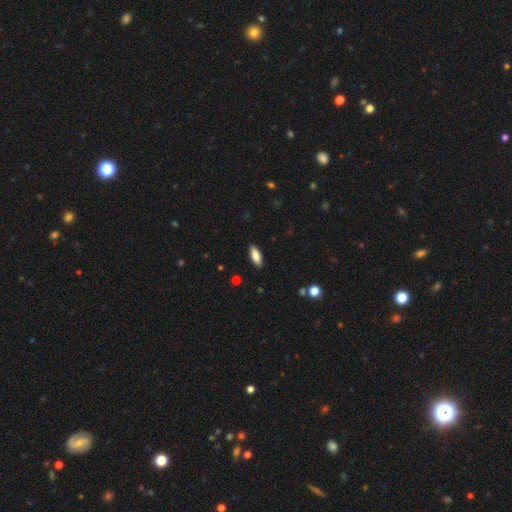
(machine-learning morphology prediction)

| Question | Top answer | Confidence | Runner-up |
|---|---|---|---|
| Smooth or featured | smooth | 86% | featured or disk (8%) |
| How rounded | in between | 79% | cigar-shaped (19%) |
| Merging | none | 89% | minor disturbance (8%) |